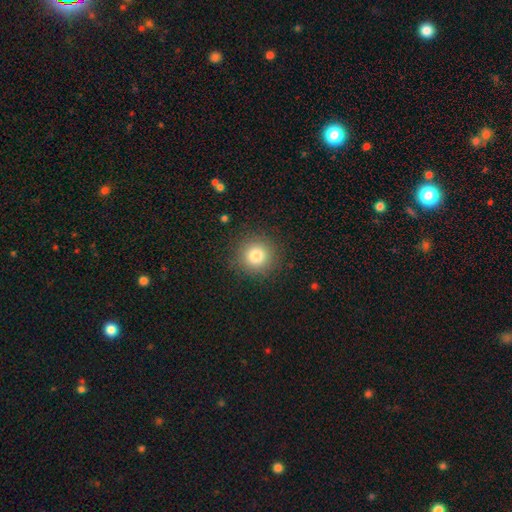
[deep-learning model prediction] Q: Smooth or featured?
A: smooth (81%); runner-up: star or artifact (12%)
Q: How rounded?
A: round (94%); runner-up: in between (5%)
Q: Merging?
A: none (90%); runner-up: minor disturbance (6%)